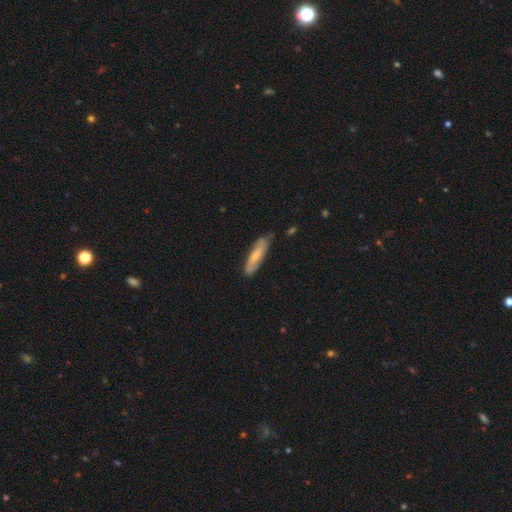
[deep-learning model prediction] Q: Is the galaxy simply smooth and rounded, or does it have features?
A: smooth — 56%.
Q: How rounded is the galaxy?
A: cigar-shaped — 69%.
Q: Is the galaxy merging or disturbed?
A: none — 73%.